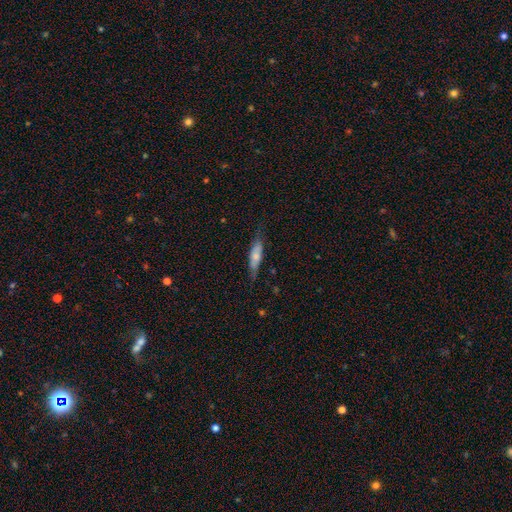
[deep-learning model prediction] Smooth or featured? Predicted: smooth (p=0.62). How rounded? Predicted: cigar-shaped (p=0.55). Merging? Predicted: none (p=0.67).